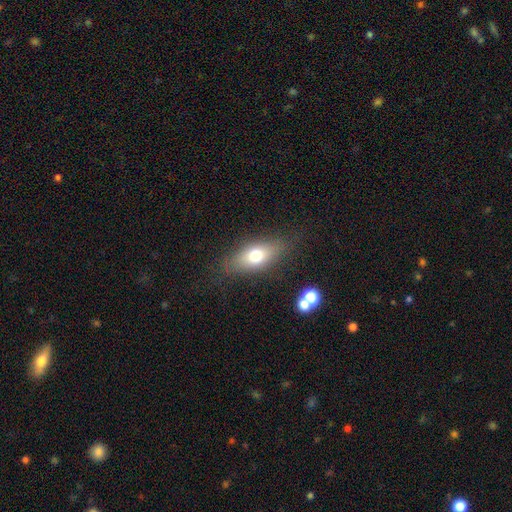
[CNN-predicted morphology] Overall: smooth (68%). How rounded: in between (78%). Merging: none (79%).